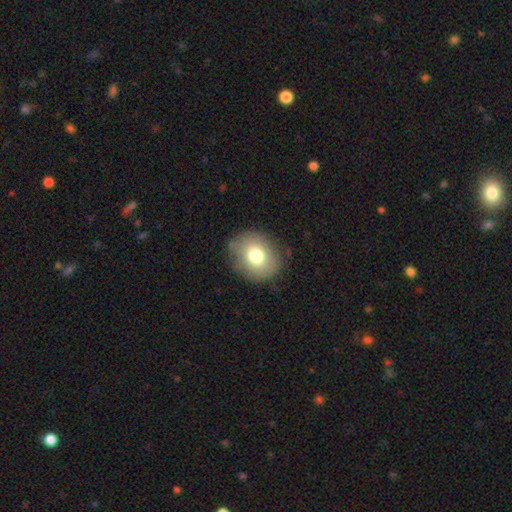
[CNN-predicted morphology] Smooth or featured? Predicted: smooth (p=0.76). How rounded? Predicted: round (p=0.61). Merging? Predicted: none (p=0.81).